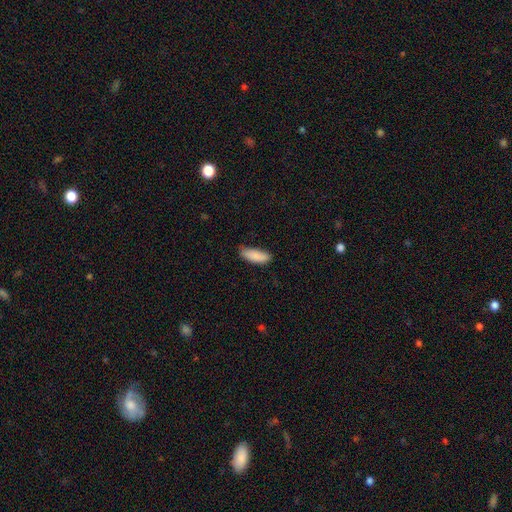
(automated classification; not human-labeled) Smooth or featured: smooth — 88% (star or artifact — 6%)
How rounded: in between — 69% (cigar-shaped — 29%)
Merging: none — 74% (minor disturbance — 22%)